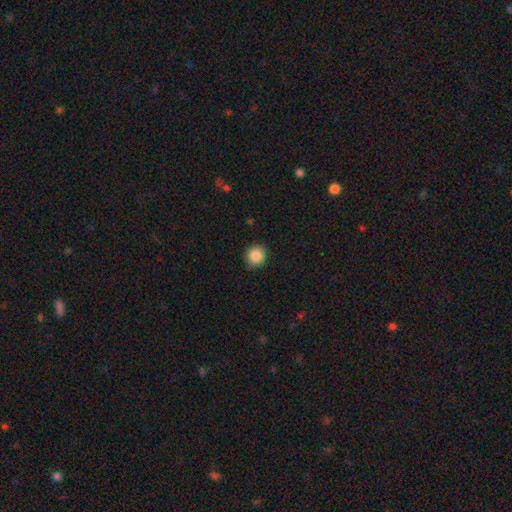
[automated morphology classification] Smooth or featured?
  - smooth: 86% *
  - star or artifact: 9%
  - featured or disk: 5%
How rounded?
  - round: 89% *
  - in between: 10%
  - cigar-shaped: 1%
Merging?
  - none: 88% *
  - minor disturbance: 9%
  - major disturbance: 2%
  - merger: 1%